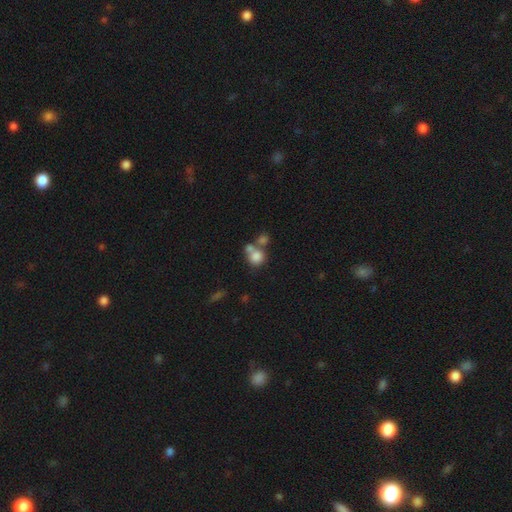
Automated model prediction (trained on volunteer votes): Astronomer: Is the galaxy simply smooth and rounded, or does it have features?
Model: smooth — 78%.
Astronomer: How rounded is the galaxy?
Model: round — 82%.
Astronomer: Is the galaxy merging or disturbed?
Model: merger — 46% (runner-up: none, 40%).